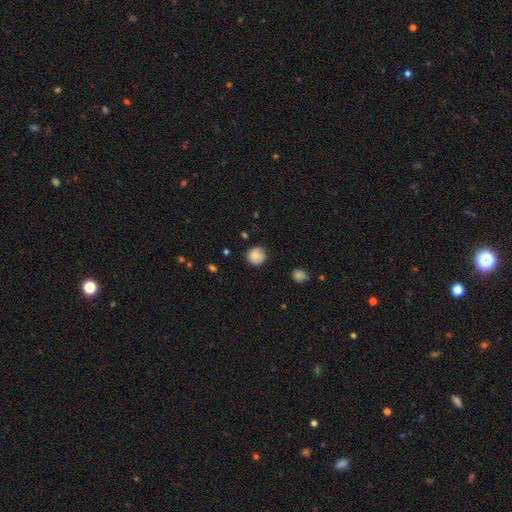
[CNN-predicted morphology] Q: Smooth or featured?
A: smooth (74%); runner-up: featured or disk (18%)
Q: How rounded?
A: round (88%); runner-up: in between (11%)
Q: Merging?
A: none (71%); runner-up: minor disturbance (22%)